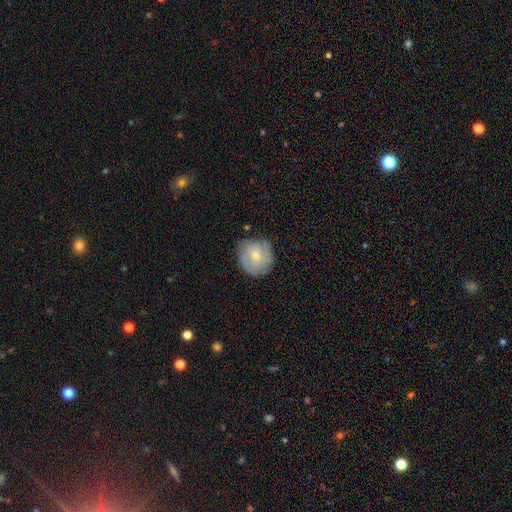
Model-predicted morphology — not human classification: Smooth or featured? smooth (48%)
Merging? none (74%)